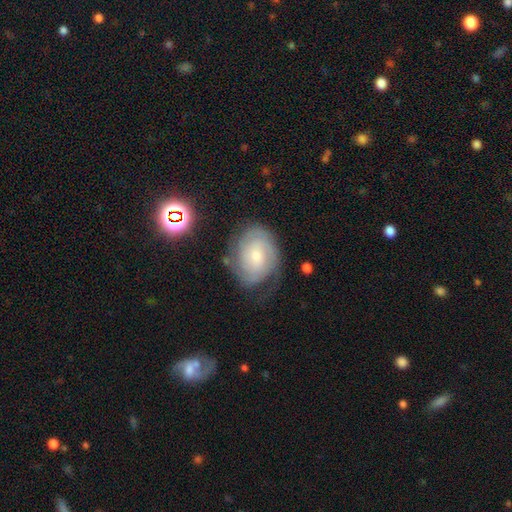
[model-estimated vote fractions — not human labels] Overall: featured or disk (67%). Edge-on disk: no (97%). Bar: no (62%; weak 33%). Spiral arms: yes (91%). Spiral arm count: can't tell (37%; 2 36%). Spiral winding: tight (60%; medium 31%). Bulge size: small (47%; moderate 44%). Merging: none (61%; minor disturbance 24%).